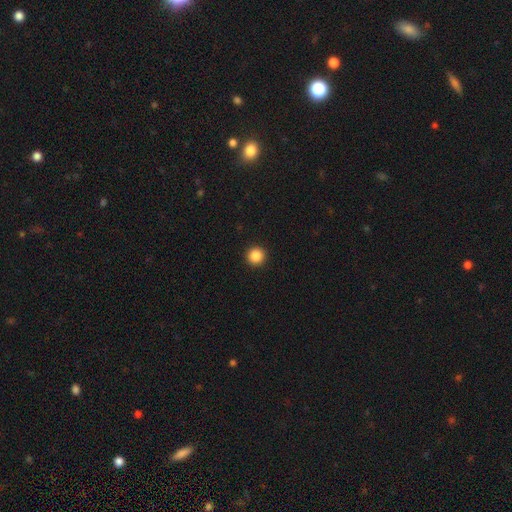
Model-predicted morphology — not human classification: The model was most divided on "smooth or featured": smooth: 87%, star or artifact: 10%, featured or disk: 3%. More confident: how rounded — round (96%); merging — none (94%).